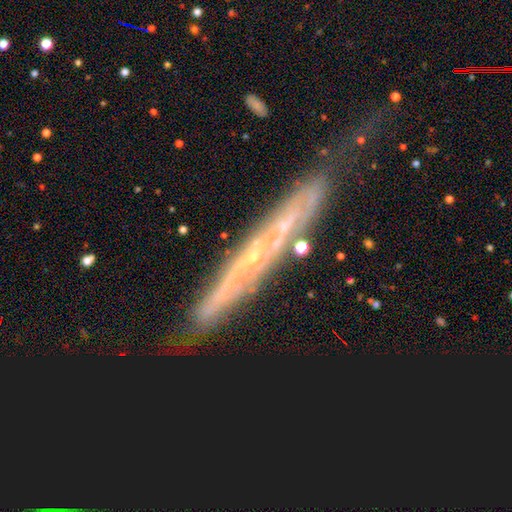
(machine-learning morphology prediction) Smooth or featured: featured or disk — 71% (smooth — 17%)
Edge-on disk: yes — 76% (no — 24%)
Edge-on bulge: none — 67% (rounded — 30%)
Merging: none — 68% (minor disturbance — 22%)